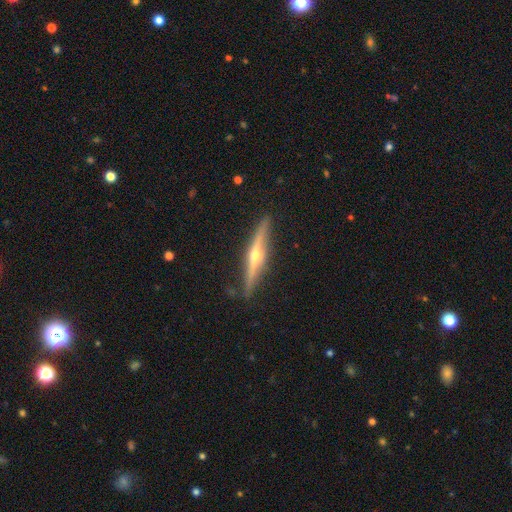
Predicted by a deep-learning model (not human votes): Smooth or featured: featured or disk — 81% (smooth — 14%)
Edge-on disk: yes — 97% (no — 3%)
Edge-on bulge: rounded — 93% (none — 5%)
Merging: none — 88% (minor disturbance — 9%)